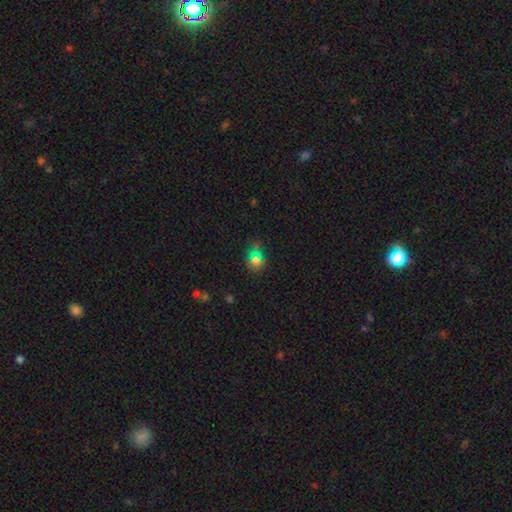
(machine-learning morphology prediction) This appears to be a smooth galaxy with no disk features (58%) that is round (62%). Merging: none (78%).